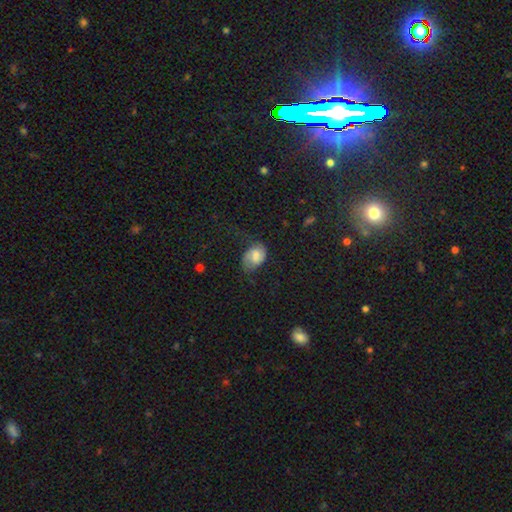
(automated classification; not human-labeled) smooth 58%, featured or disk 32%, star or artifact 10%. Down the decision tree: how rounded — in between (84%); merging — none (49%).